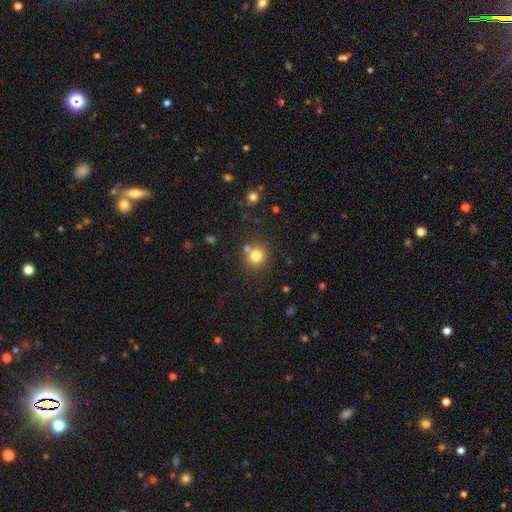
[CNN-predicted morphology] smooth_or_featured: smooth (p=0.79) [alt: star or artifact p=0.13]
how_rounded: round (p=0.91) [alt: in between p=0.08]
merging: none (p=0.76) [alt: merger p=0.12]